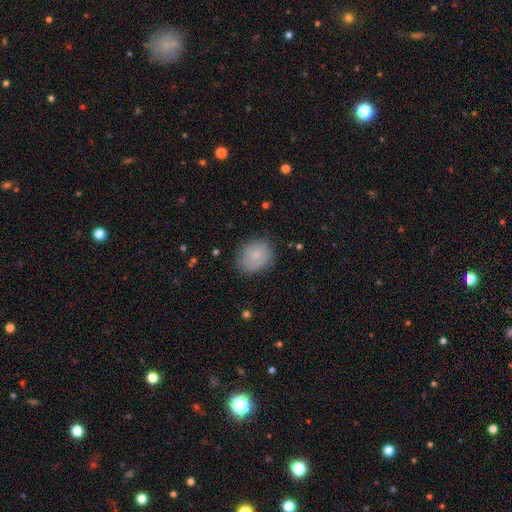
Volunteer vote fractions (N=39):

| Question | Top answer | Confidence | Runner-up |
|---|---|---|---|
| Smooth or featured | smooth | 79% | featured or disk (13%) |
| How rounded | in between | 68% | round (32%) |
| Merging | none | 83% | minor disturbance (14%) |